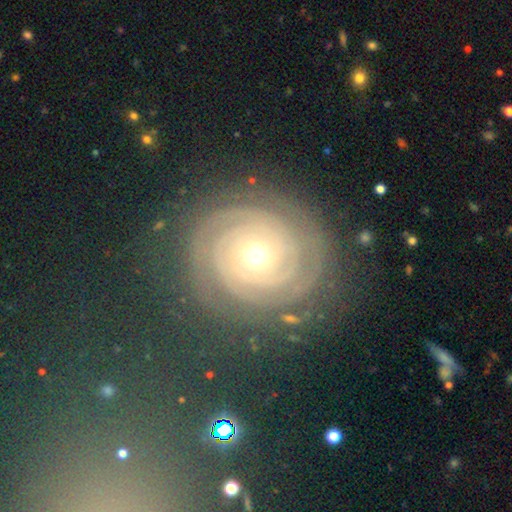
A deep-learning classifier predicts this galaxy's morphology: smooth_or_featured: featured or disk (p=0.85) [alt: star or artifact p=0.08]
disk_edge_on: no (p=0.97) [alt: yes p=0.03]
bar: no (p=0.80) [alt: weak p=0.13]
has_spiral_arms: yes (p=0.97) [alt: no p=0.03]
spiral_winding: tight (p=0.89) [alt: medium p=0.09]
spiral_arm_count: 2 (p=0.37) [alt: can't tell p=0.21]
bulge_size: small (p=0.64) [alt: moderate p=0.33]
merging: none (p=0.82) [alt: minor disturbance p=0.12]